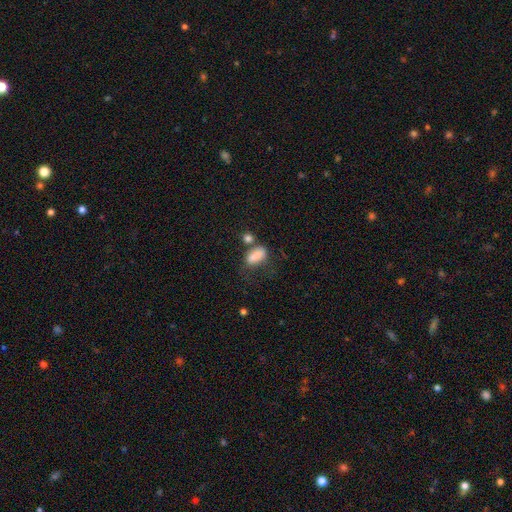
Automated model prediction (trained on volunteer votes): Smooth or featured? Predicted: smooth (p=0.83). How rounded? Predicted: in between (p=0.87). Merging? Predicted: none (p=0.39).